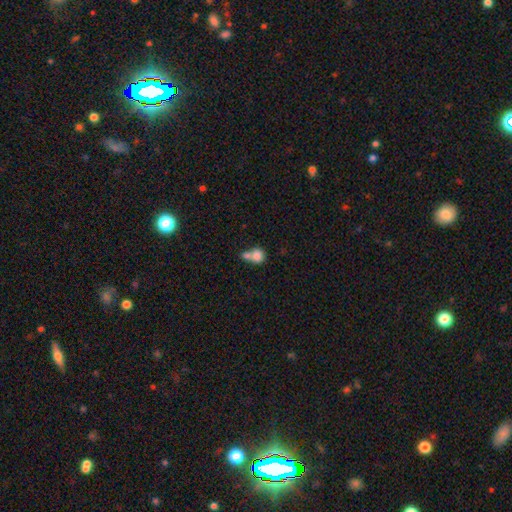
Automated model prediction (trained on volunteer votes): Smooth or featured? smooth (78%)
How rounded? round (74%)
Merging? merger (63%)